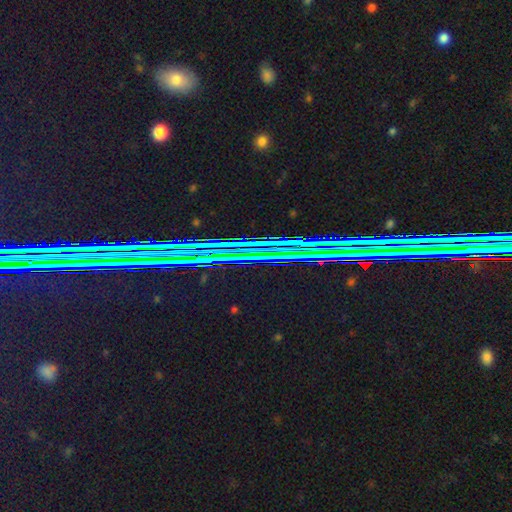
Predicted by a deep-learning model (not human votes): Smooth or featured? Predicted: star or artifact (p=0.76).